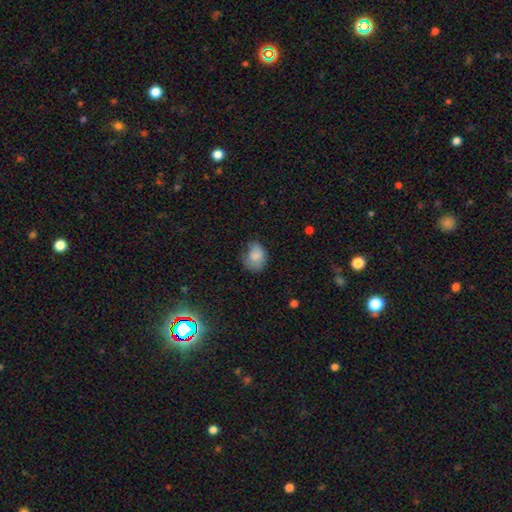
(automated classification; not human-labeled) A smooth galaxy with no disk features (79%) that is in between round and cigar-shaped (53%).

Vote fractions:
- Smooth or featured? smooth: 79% / featured or disk: 13% / star or artifact: 8%
- How rounded? in between: 53% / round: 46% / cigar-shaped: 1%
- Merging? none: 50% / minor disturbance: 34% / major disturbance: 14% / merger: 2%